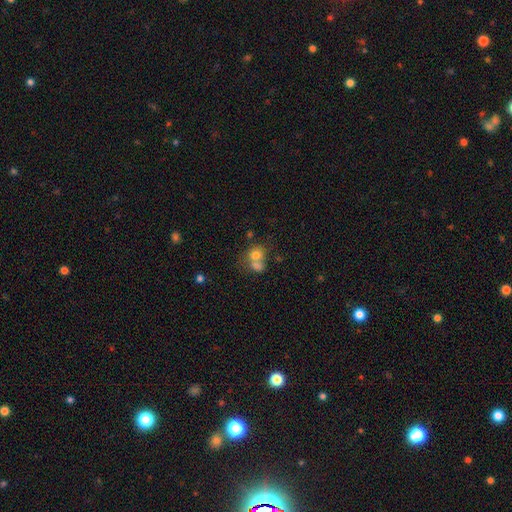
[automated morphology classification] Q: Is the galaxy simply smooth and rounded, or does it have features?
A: smooth — 73%.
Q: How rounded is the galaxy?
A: round — 66%.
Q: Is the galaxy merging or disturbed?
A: merger — 57%.